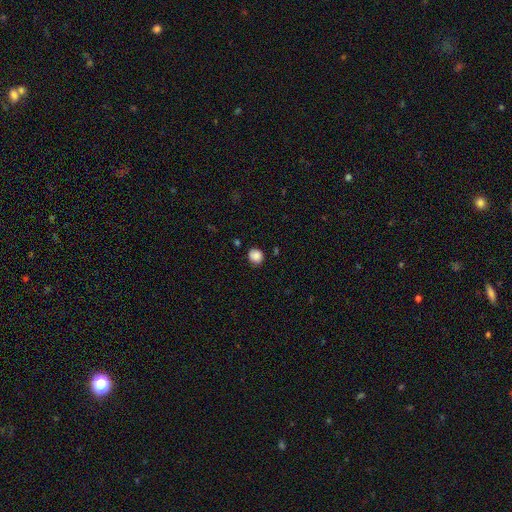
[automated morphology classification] Smooth or featured: smooth — 86% (star or artifact — 9%)
How rounded: round — 80% (in between — 19%)
Merging: none — 80% (minor disturbance — 15%)